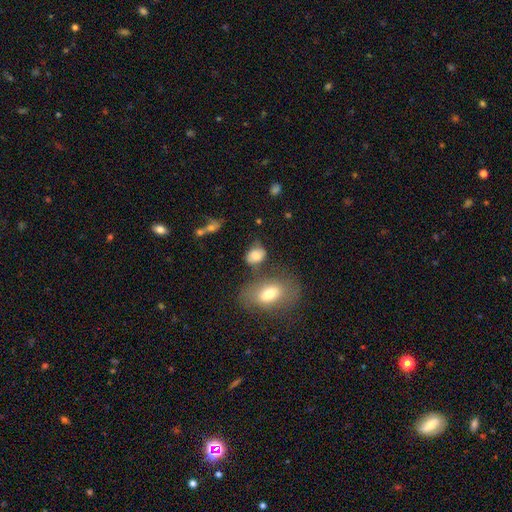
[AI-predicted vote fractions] Q: Smooth or featured?
A: smooth (74%); runner-up: featured or disk (15%)
Q: How rounded?
A: in between (64%); runner-up: round (34%)
Q: Merging?
A: none (50%); runner-up: minor disturbance (24%)